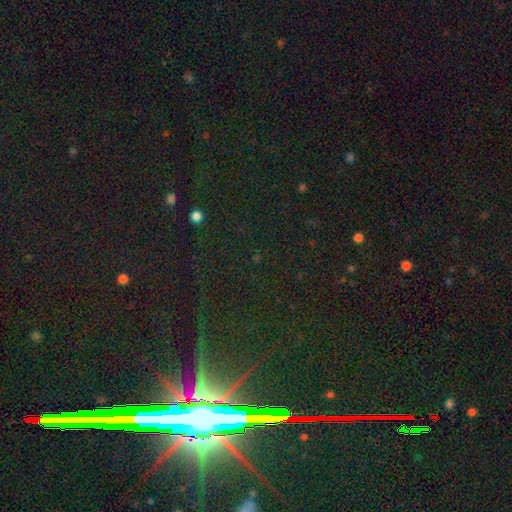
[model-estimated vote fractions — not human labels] Q: Smooth or featured?
A: star or artifact (78%); runner-up: featured or disk (11%)